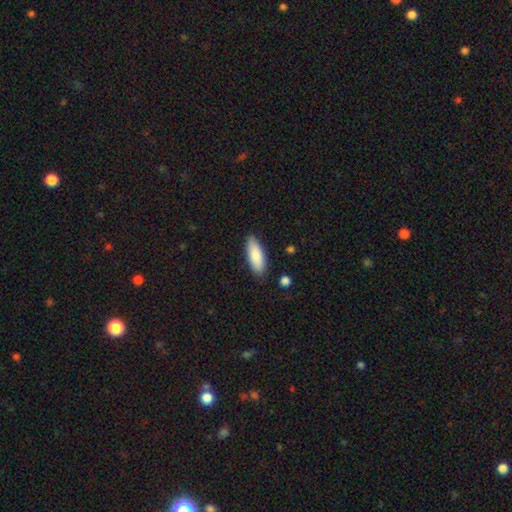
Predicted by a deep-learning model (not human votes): Morphology: type=smooth (86%); roundness=in between (66%); merging=none (86%).